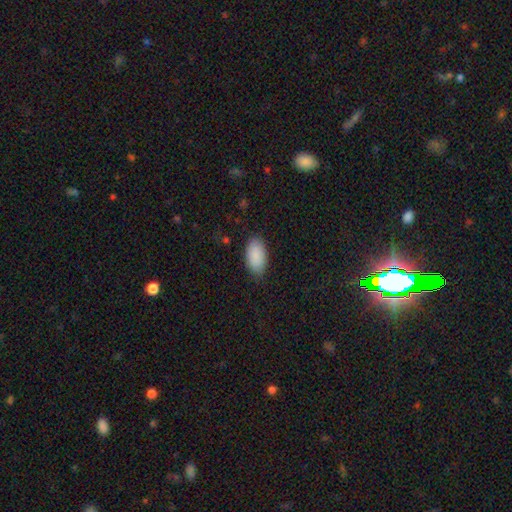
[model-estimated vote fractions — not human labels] Smooth or featured: smooth — 90% (star or artifact — 6%)
How rounded: in between — 95% (round — 3%)
Merging: none — 84% (minor disturbance — 12%)